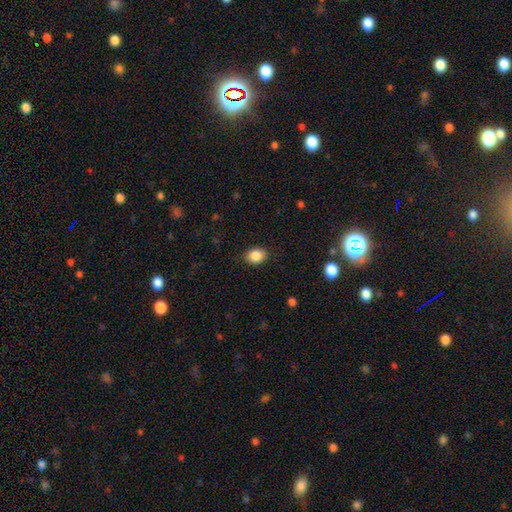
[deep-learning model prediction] This appears to be a smooth galaxy with no disk features (86%) that is in between round and cigar-shaped (62%). Merging: none (86%).